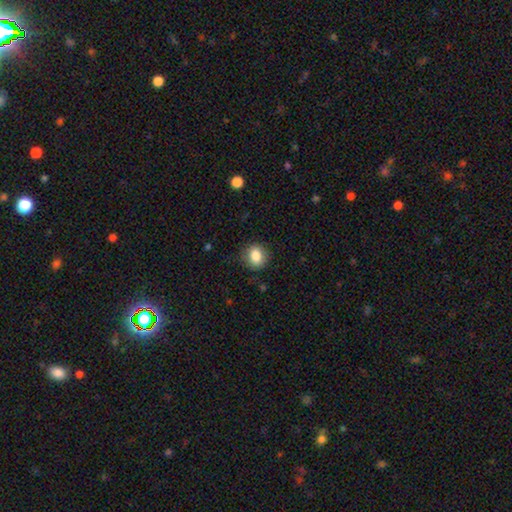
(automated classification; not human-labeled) This appears to be a smooth galaxy with no disk features (85%) that is round (59%). Merging: none (82%).